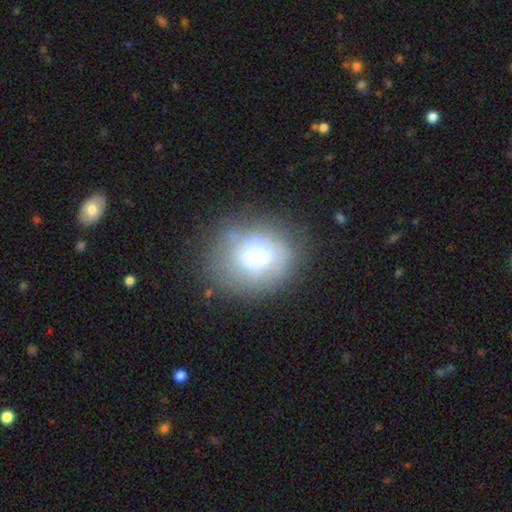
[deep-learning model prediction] A smooth galaxy with no disk features (69%) that is round (70%).

Vote fractions:
- Smooth or featured? smooth: 69% / featured or disk: 20% / star or artifact: 12%
- How rounded? round: 70% / in between: 29% / cigar-shaped: 1%
- Merging? none: 66% / minor disturbance: 21% / major disturbance: 10% / merger: 3%